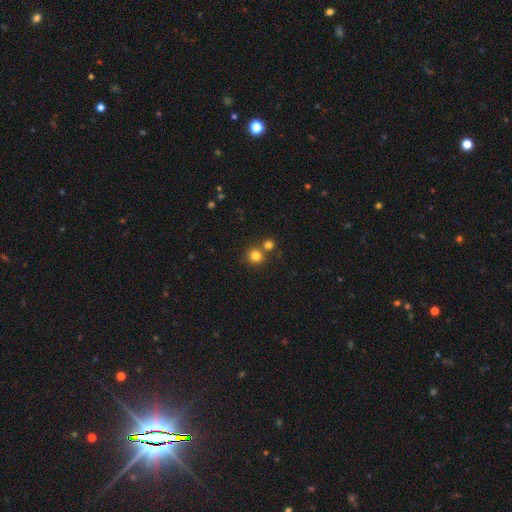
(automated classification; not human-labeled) A smooth galaxy with no disk features (80%) that is round (92%).

Vote fractions:
- Smooth or featured? smooth: 80% / star or artifact: 13% / featured or disk: 7%
- How rounded? round: 92% / in between: 7% / cigar-shaped: 1%
- Merging? none: 69% / merger: 21% / minor disturbance: 7% / major disturbance: 3%